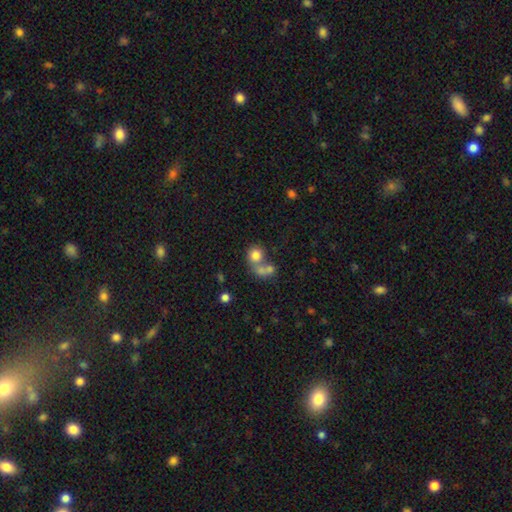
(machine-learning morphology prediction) Smooth or featured? smooth (76%)
How rounded? round (77%)
Merging? merger (50%)